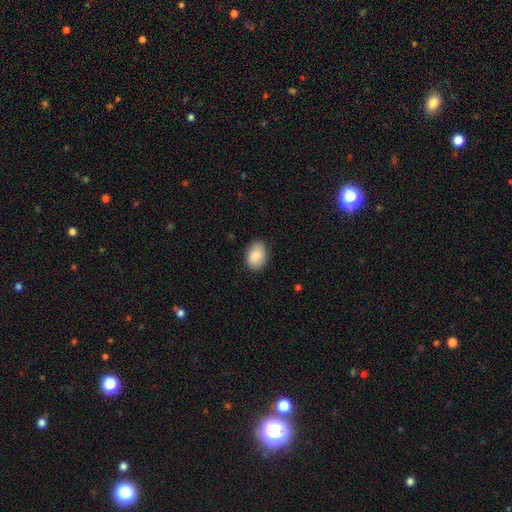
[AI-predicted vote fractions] A smooth galaxy with no disk features (86%) that is in between round and cigar-shaped (76%). Merging: none (86%).